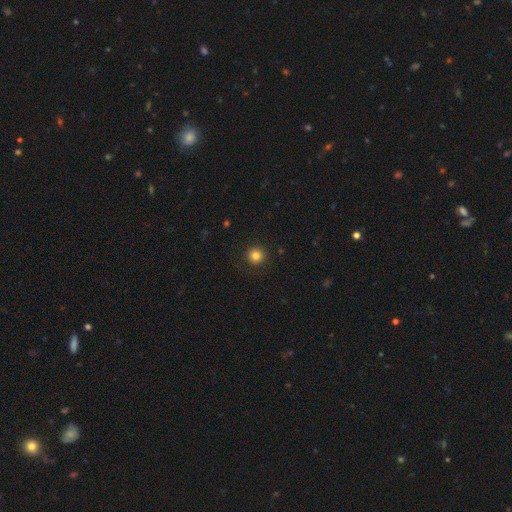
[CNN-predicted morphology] This appears to be a smooth galaxy with no disk features (83%) that is round (95%). Merging: none (90%).